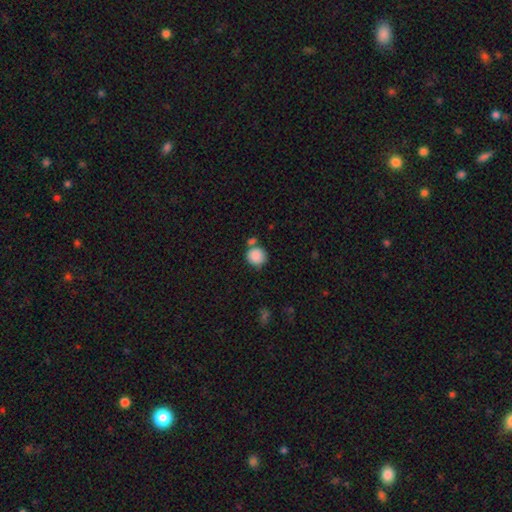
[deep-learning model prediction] A smooth galaxy with no disk features (87%) that is round (87%). Merging: none (62%).